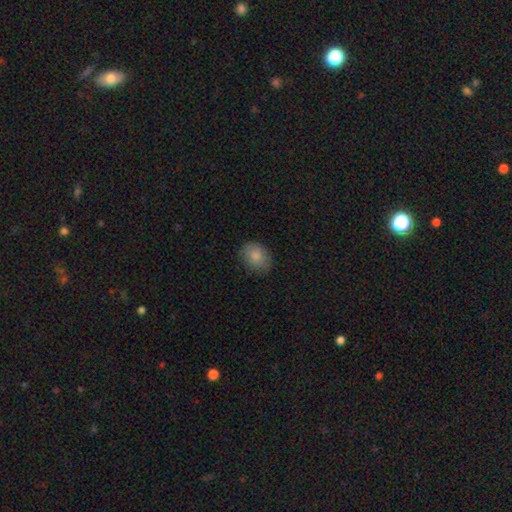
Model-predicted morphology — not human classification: Smooth or featured? smooth (85%)
How rounded? in between (67%)
Merging? none (82%)